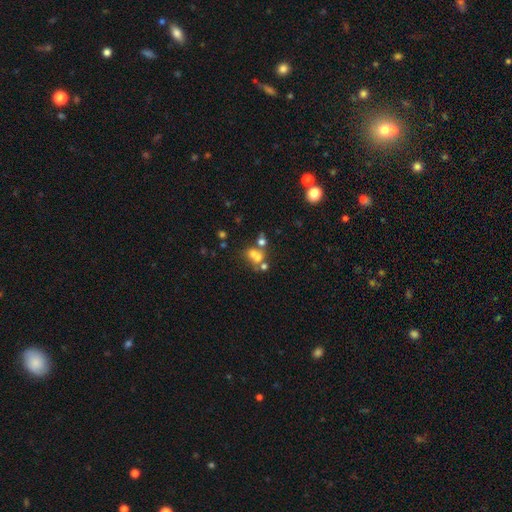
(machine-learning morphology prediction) A smooth galaxy with no disk features (55%) that is round (65%). Merging: merger (54%).